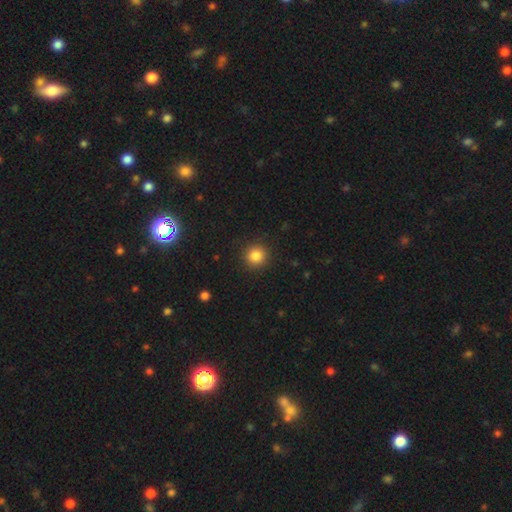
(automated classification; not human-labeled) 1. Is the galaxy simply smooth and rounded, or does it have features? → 84% smooth, 11% star or artifact, 5% featured or disk.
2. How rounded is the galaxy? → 94% round, 5% in between, 1% cigar-shaped.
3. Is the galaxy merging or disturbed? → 91% none, 5% minor disturbance, 2% major disturbance, 1% merger.